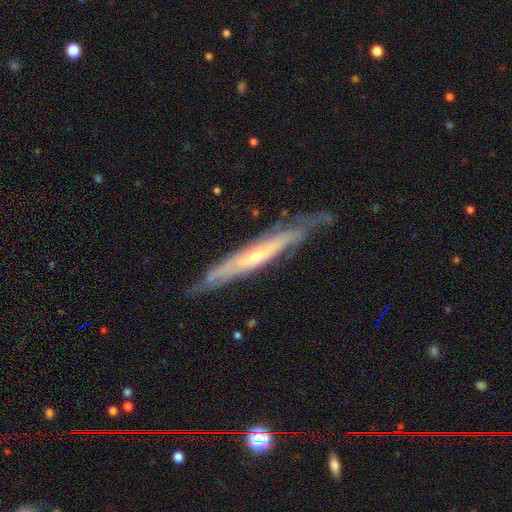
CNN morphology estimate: Smooth or featured: featured or disk — 74% (smooth — 20%)
Edge-on disk: yes — 70% (no — 30%)
Edge-on bulge: rounded — 55% (none — 42%)
Merging: none — 72% (minor disturbance — 21%)